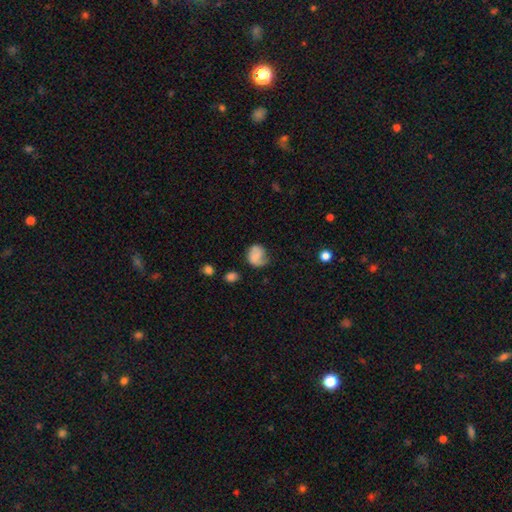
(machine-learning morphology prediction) This is possibly a smooth galaxy (59%). How rounded: likely round (61%). Merging: possibly none (46%).